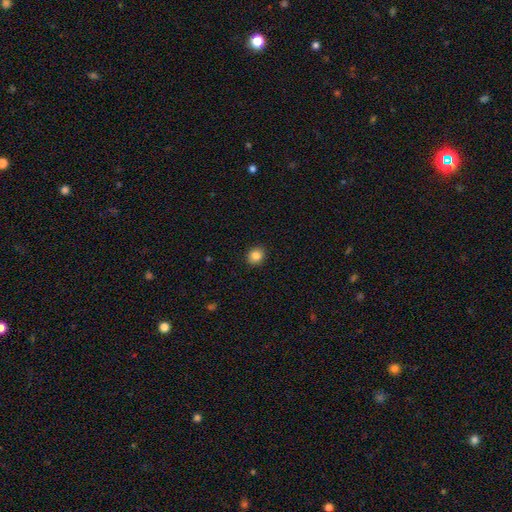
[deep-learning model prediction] smooth 84%, star or artifact 10%, featured or disk 6%. Down the decision tree: how rounded — round (70%); merging — none (91%).